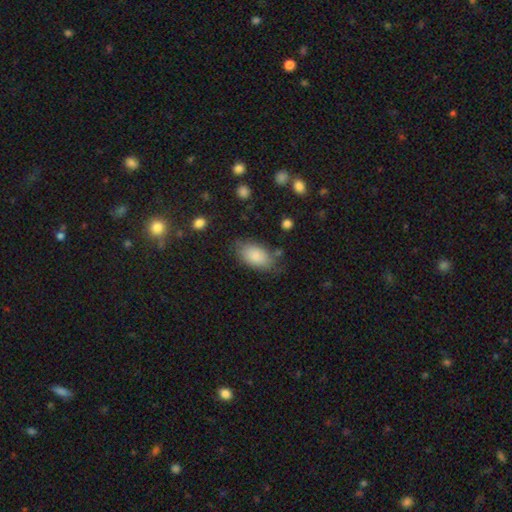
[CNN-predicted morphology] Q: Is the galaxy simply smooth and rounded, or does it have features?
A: smooth — 86%.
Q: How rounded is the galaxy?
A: in between — 93%.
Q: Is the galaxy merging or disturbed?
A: none — 71%.